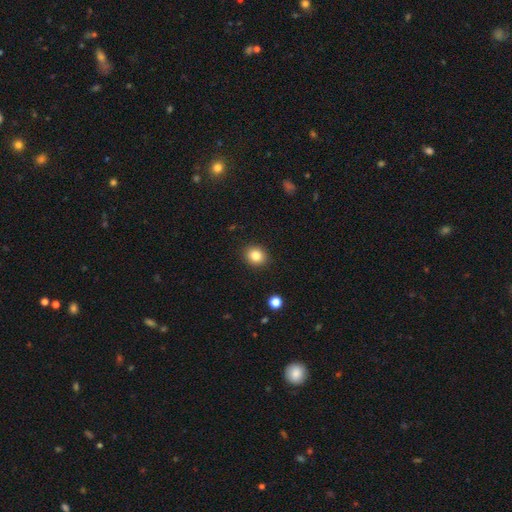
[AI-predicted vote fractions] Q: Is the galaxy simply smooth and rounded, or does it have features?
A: smooth — 84%.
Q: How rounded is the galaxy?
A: round — 70%.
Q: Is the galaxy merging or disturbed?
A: none — 90%.